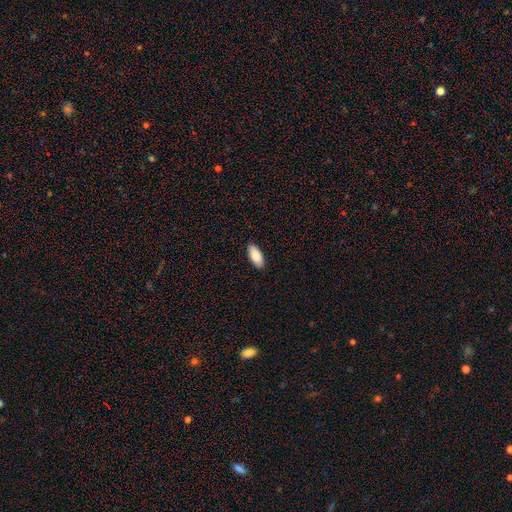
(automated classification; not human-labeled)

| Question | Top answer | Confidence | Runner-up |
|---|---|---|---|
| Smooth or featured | smooth | 88% | featured or disk (7%) |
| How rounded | in between | 87% | cigar-shaped (11%) |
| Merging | none | 89% | minor disturbance (8%) |